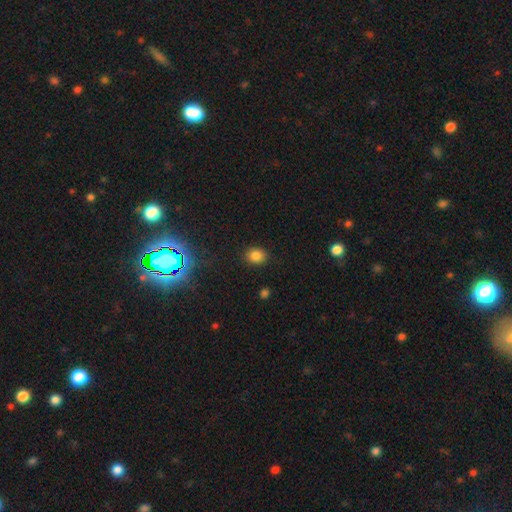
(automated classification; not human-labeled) smooth_or_featured: smooth (p=0.82) [alt: star or artifact p=0.13]
how_rounded: round (p=0.61) [alt: in between p=0.38]
merging: none (p=0.87) [alt: minor disturbance p=0.09]